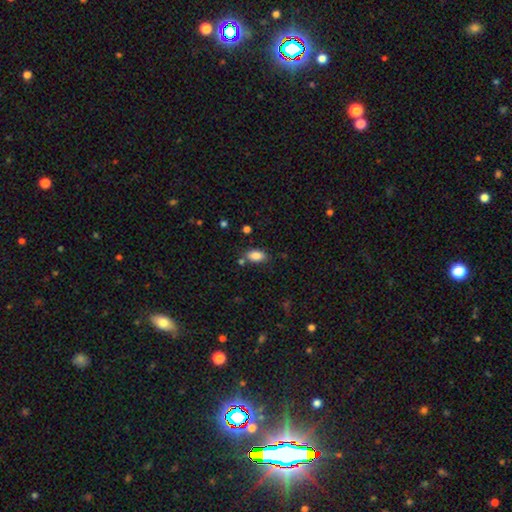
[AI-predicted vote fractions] smooth_or_featured: smooth (p=0.85) [alt: star or artifact p=0.08]
how_rounded: in between (p=0.91) [alt: round p=0.05]
merging: none (p=0.75) [alt: minor disturbance p=0.14]